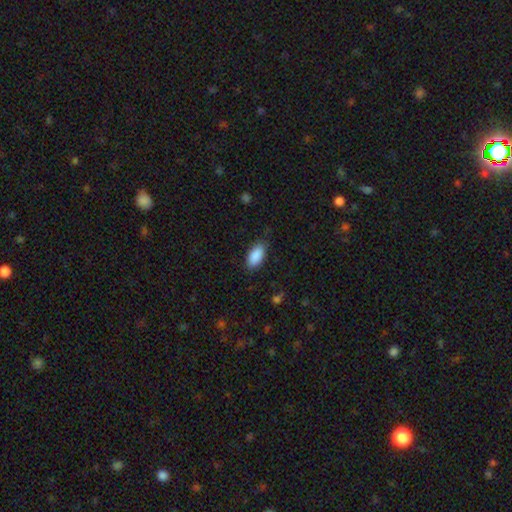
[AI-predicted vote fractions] Morphology: type=smooth (90%); roundness=in between (93%); merging=none (84%).